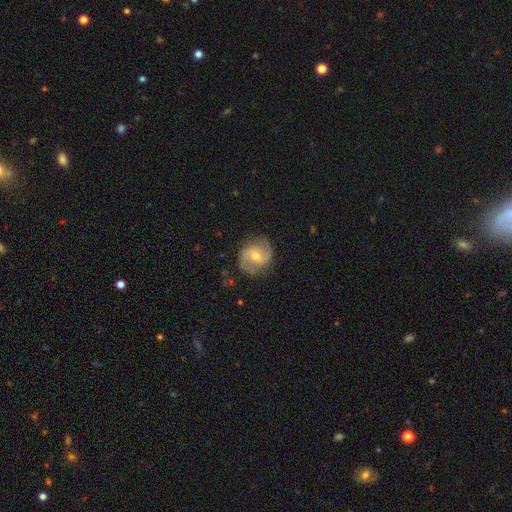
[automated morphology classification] Smooth or featured?
  - featured or disk: 86% *
  - smooth: 9%
  - star or artifact: 5%
Edge-on disk?
  - no: 98% *
  - yes: 2%
Bar?
  - weak: 46% *
  - no: 38%
  - strong: 16%
Spiral arms?
  - yes: 96% *
  - no: 4%
Spiral winding?
  - medium: 53% *
  - tight: 29%
  - loose: 18%
Spiral arm count?
  - 2: 91% *
  - can't tell: 4%
  - 3: 2%
  - 1: 1%
  - 4: 1%
  - more than 4: 1%
Bulge size?
  - moderate: 52% *
  - small: 44%
  - large: 2%
  - none: 1%
  - dominant: 1%
Merging?
  - none: 82% *
  - minor disturbance: 13%
  - major disturbance: 4%
  - merger: 1%